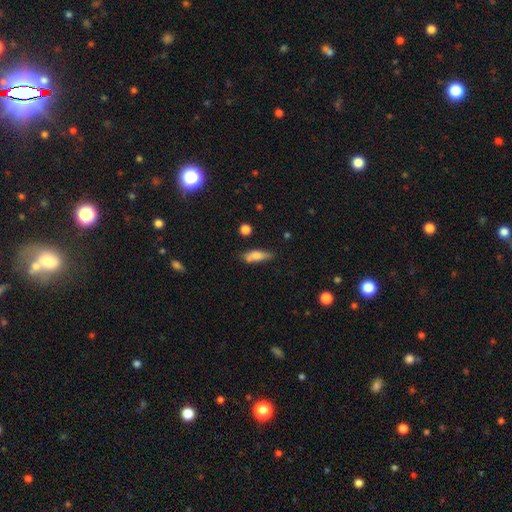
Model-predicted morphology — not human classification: Smooth or featured?
  - smooth: 74% *
  - featured or disk: 19%
  - star or artifact: 7%
How rounded?
  - cigar-shaped: 51% *
  - in between: 46%
  - round: 3%
Merging?
  - none: 62% *
  - minor disturbance: 25%
  - merger: 8%
  - major disturbance: 6%